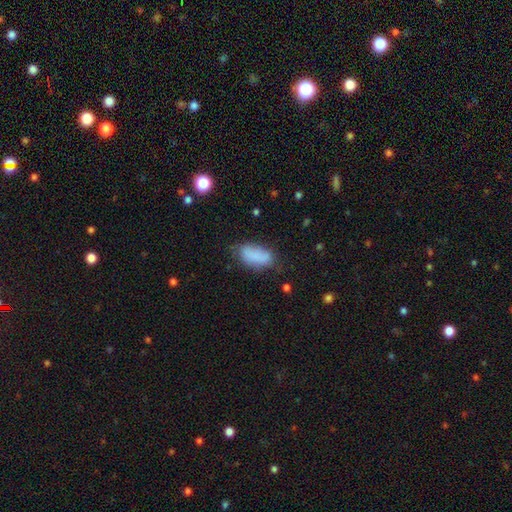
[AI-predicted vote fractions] A smooth galaxy with no disk features (82%) that is in between round and cigar-shaped (90%).

Vote fractions:
- Smooth or featured? smooth: 82% / featured or disk: 10% / star or artifact: 8%
- How rounded? in between: 90% / cigar-shaped: 6% / round: 3%
- Merging? none: 60% / minor disturbance: 27% / major disturbance: 10% / merger: 3%